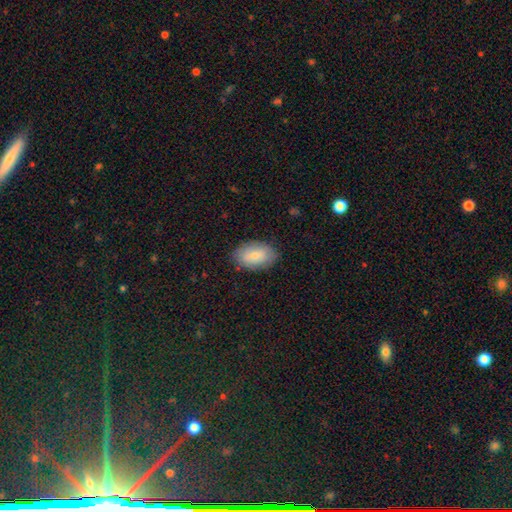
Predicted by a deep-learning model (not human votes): Smooth or featured?
  - smooth: 79% *
  - featured or disk: 14%
  - star or artifact: 6%
How rounded?
  - in between: 91% *
  - round: 8%
  - cigar-shaped: 1%
Merging?
  - none: 84% *
  - minor disturbance: 12%
  - major disturbance: 3%
  - merger: 1%